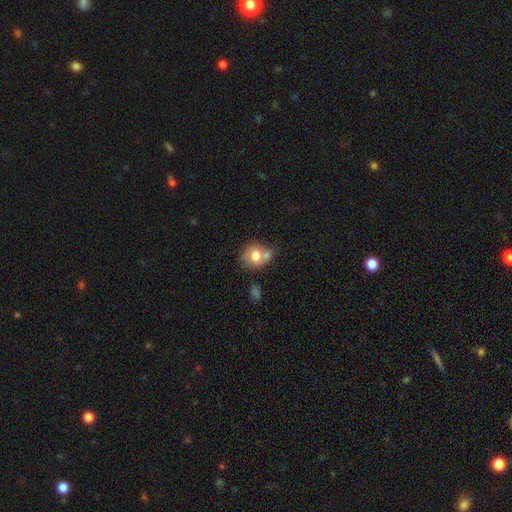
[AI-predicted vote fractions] A smooth galaxy with no disk features (75%) that is round (76%). Merging: none (44%).